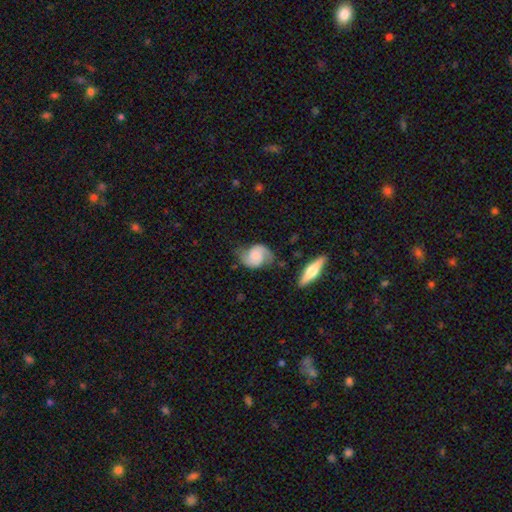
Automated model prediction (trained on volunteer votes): Smooth or featured? Predicted: featured or disk (p=0.69). Edge-on disk? Predicted: no (p=0.96). Bar? Predicted: no (p=0.67). Spiral arms? Predicted: yes (p=0.94). Spiral winding? Predicted: medium (p=0.44). Spiral arm count? Predicted: 2 (p=0.90). Bulge size? Predicted: none (p=0.44). Merging? Predicted: none (p=0.62).